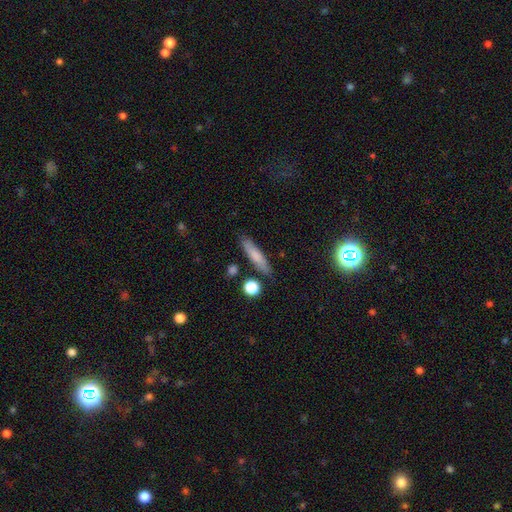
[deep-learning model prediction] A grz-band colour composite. It shows a smooth galaxy with no disk features (74%) that is cigar-shaped (78%). Merging: none (82%).